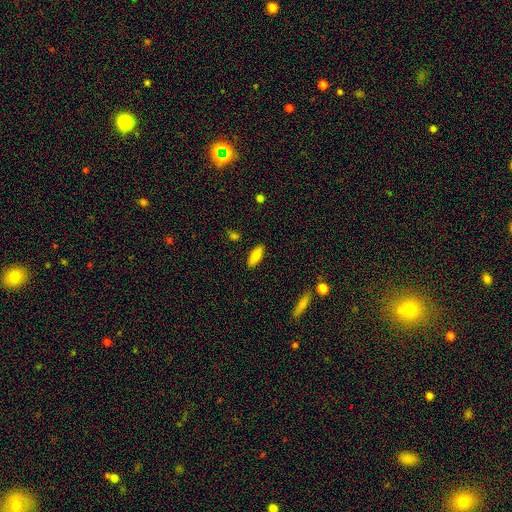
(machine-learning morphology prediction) A smooth galaxy with no disk features (81%) that is in between round and cigar-shaped (76%). Merging: none (88%).